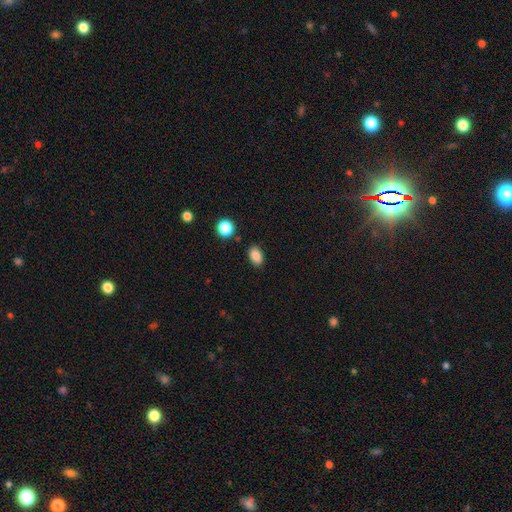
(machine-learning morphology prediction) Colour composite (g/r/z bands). It shows a smooth galaxy with no disk features (86%) that is in between round and cigar-shaped (85%). Merging: none (85%).